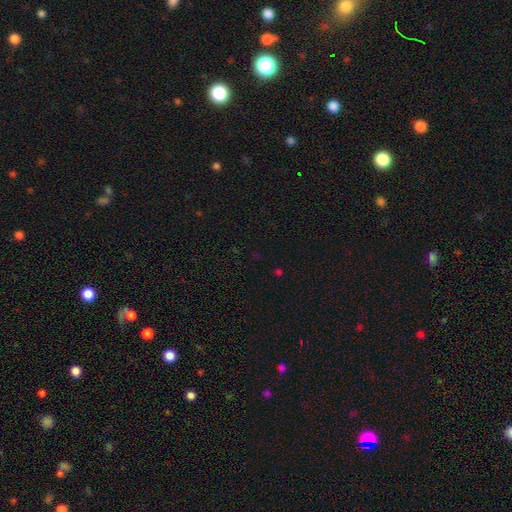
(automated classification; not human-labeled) A star or artifact, not a galaxy (63%).